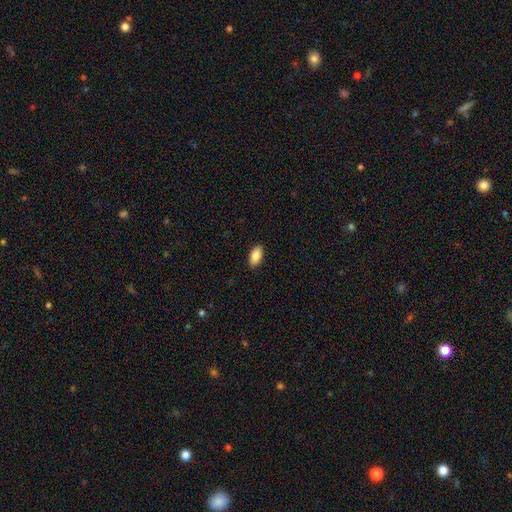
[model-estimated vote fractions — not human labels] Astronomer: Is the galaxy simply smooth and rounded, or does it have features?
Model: smooth — 86%.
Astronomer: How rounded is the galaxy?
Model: in between — 93%.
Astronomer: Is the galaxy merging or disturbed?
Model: none — 90%.